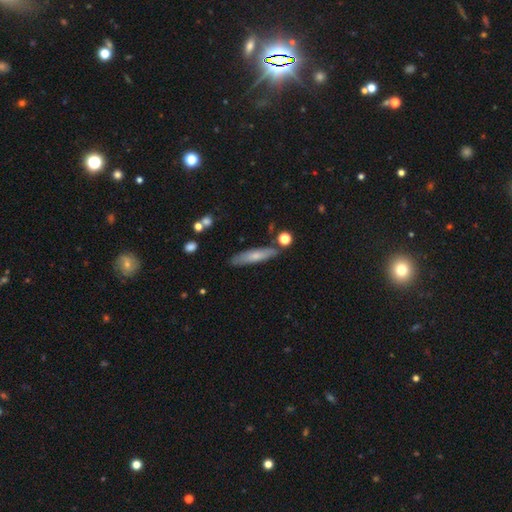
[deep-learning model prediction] Q: Smooth or featured?
A: smooth (64%); runner-up: featured or disk (29%)
Q: How rounded?
A: cigar-shaped (82%); runner-up: in between (16%)
Q: Merging?
A: none (80%); runner-up: minor disturbance (13%)